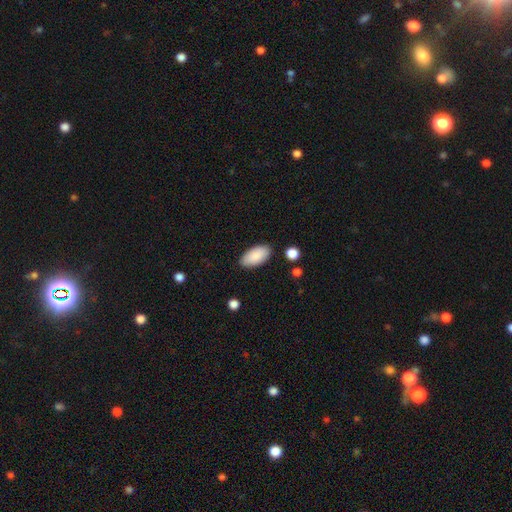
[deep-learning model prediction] Q: Smooth or featured?
A: smooth (88%); runner-up: star or artifact (6%)
Q: How rounded?
A: in between (95%); runner-up: cigar-shaped (3%)
Q: Merging?
A: none (86%); runner-up: minor disturbance (10%)